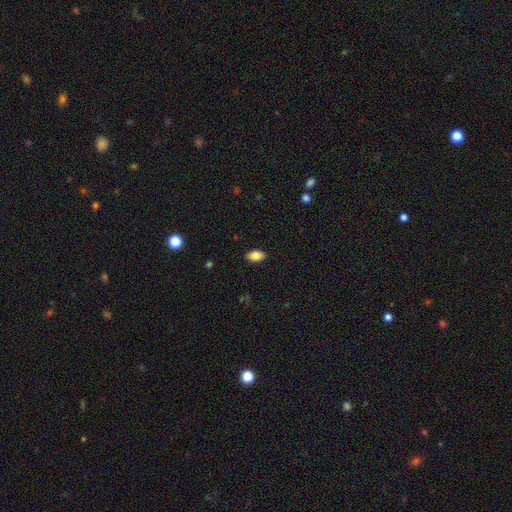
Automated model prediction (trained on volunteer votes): smooth 84%, star or artifact 8%, featured or disk 7%. Down the decision tree: how rounded — in between (91%); merging — none (89%).